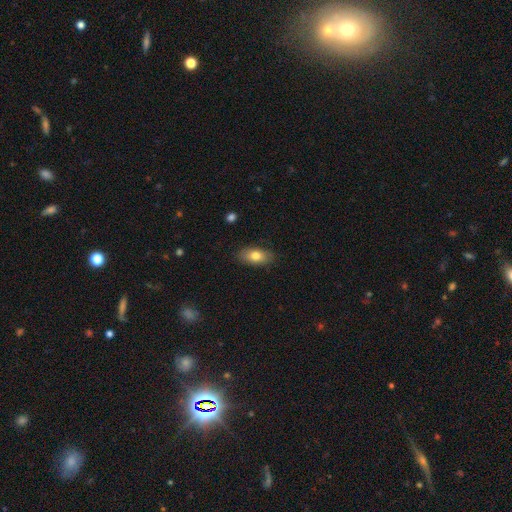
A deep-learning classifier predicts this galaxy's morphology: The model was most divided on "smooth or featured": smooth: 77%, featured or disk: 16%, star or artifact: 7%. More confident: how rounded — in between (87%); merging — none (86%).